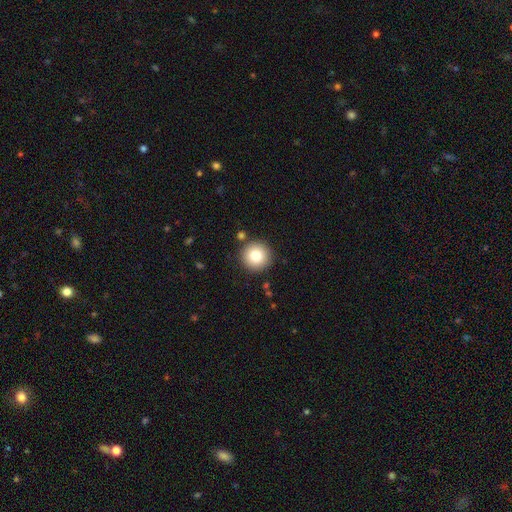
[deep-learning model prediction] This is clearly a smooth galaxy (81%). How rounded: clearly round (95%). Merging: clearly none (88%).